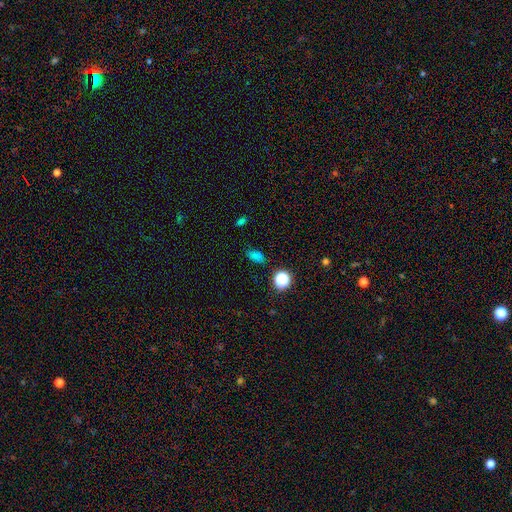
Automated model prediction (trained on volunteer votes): This appears to be a smooth galaxy with no disk features (71%) that is in between round and cigar-shaped (81%). Merging: none (79%).